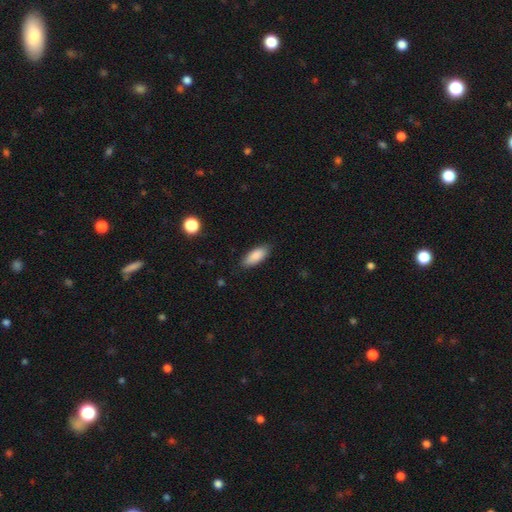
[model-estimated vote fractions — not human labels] Morphology: type=smooth (88%); roundness=in between (81%); merging=none (85%).